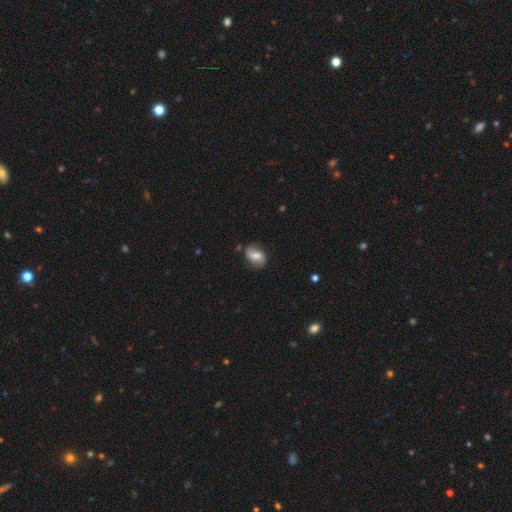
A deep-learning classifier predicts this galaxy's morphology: type=smooth (47%); merging=none (73%).